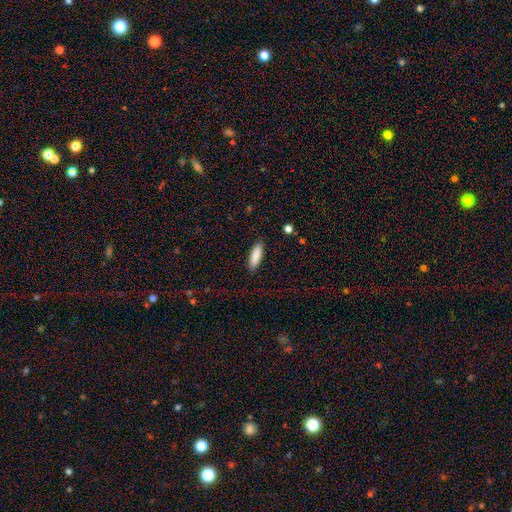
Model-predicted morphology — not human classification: Smooth or featured? Predicted: smooth (p=0.88). How rounded? Predicted: cigar-shaped (p=0.55). Merging? Predicted: none (p=0.89).